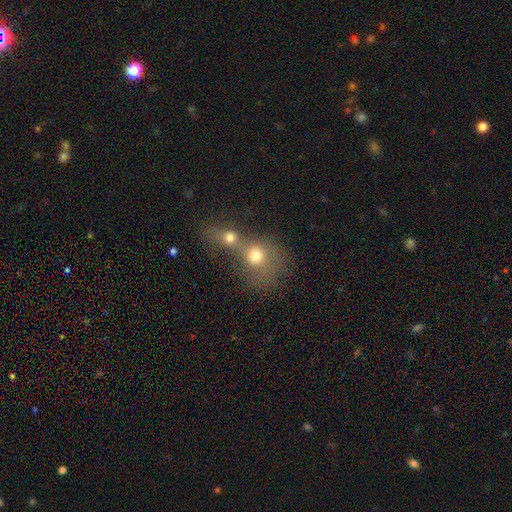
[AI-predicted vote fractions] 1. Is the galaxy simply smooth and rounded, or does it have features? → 70% smooth, 17% featured or disk, 13% star or artifact.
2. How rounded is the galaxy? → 74% round, 24% in between, 1% cigar-shaped.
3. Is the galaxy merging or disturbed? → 71% merger, 19% none, 5% major disturbance, 5% minor disturbance.